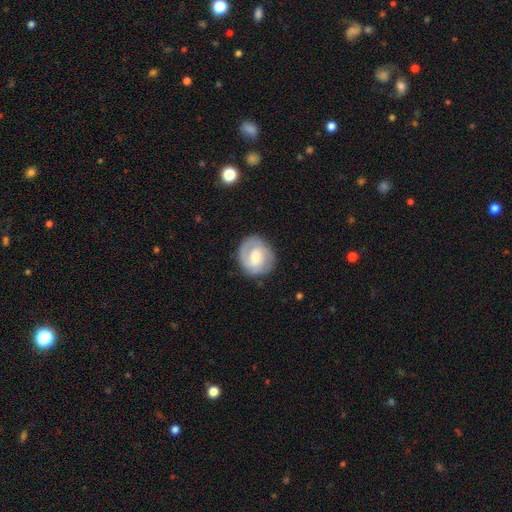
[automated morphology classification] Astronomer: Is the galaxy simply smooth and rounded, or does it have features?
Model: featured or disk — 64%.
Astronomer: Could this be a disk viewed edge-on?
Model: no — 98%.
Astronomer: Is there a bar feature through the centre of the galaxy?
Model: weak — 46% (runner-up: no, 40%).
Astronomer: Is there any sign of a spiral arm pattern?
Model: yes — 85%.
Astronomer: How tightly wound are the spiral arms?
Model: tight — 55% (runner-up: medium, 35%).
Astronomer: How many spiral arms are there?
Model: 2 — 65%.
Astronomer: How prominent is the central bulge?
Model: moderate — 48% (runner-up: small, 37%).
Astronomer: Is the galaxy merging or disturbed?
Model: none — 81%.